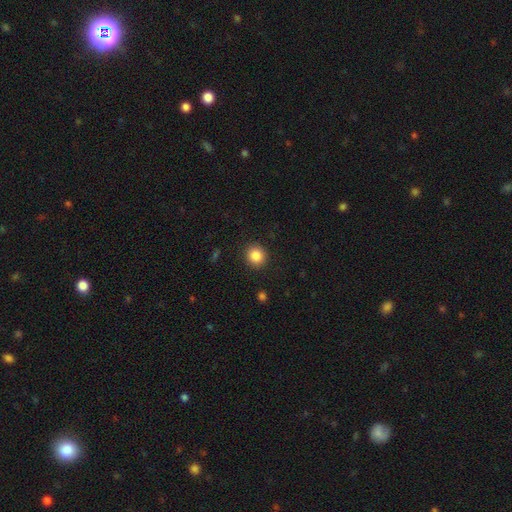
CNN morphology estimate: type=smooth (85%); roundness=round (87%); merging=none (92%).